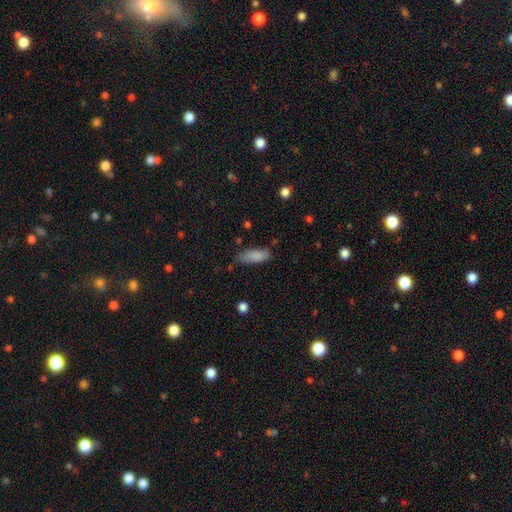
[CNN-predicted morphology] This is clearly a smooth galaxy (85%). How rounded: likely in between (69%). Merging: likely none (69%).